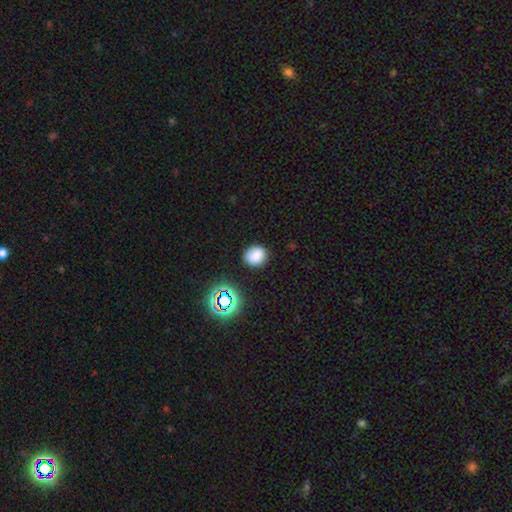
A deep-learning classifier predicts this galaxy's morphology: The model was most divided on "how rounded": round: 73%, in between: 26%, cigar-shaped: 1%. More confident: merging — none (84%); smooth or featured — smooth (79%).